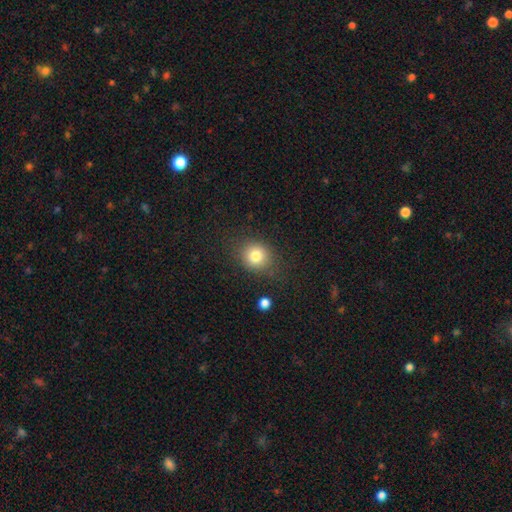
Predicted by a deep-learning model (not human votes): smooth 80%, star or artifact 12%, featured or disk 9%. Down the decision tree: how rounded — round (80%); merging — none (81%).